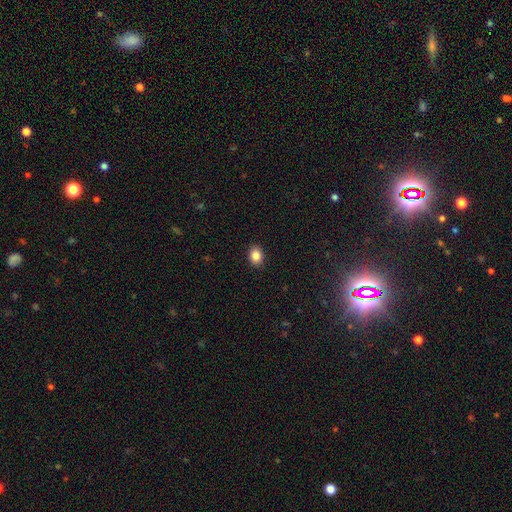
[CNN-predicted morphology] Smooth or featured? Predicted: smooth (p=0.85). How rounded? Predicted: in between (p=0.60). Merging? Predicted: none (p=0.90).